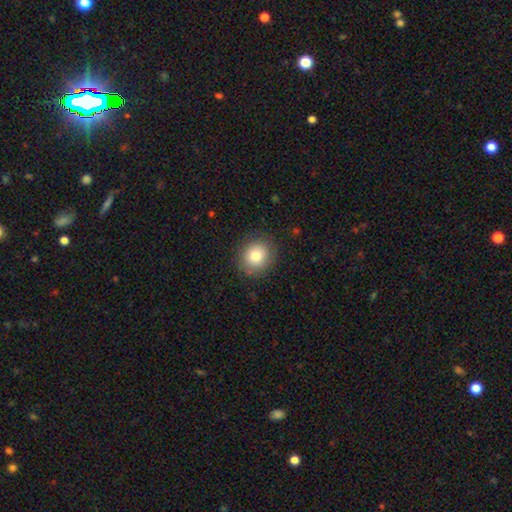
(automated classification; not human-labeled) Morphology: type=smooth (79%); roundness=round (86%); merging=none (86%).